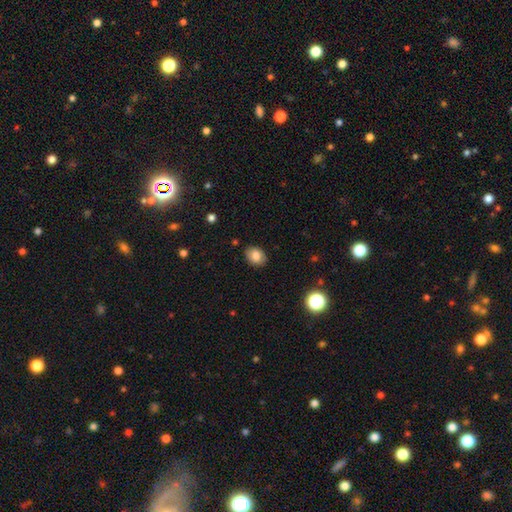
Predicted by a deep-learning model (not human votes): Smooth or featured? Predicted: smooth (p=0.80). How rounded? Predicted: in between (p=0.63). Merging? Predicted: none (p=0.86).